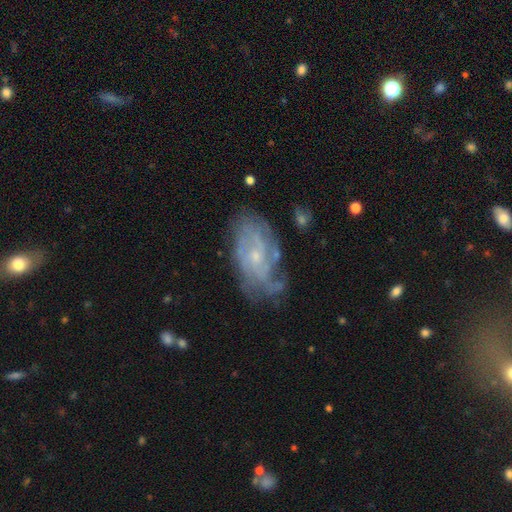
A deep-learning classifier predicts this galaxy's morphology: Overall: featured or disk (80%). Edge-on disk: no (95%). Bar: no (69%). Spiral arms: yes (90%). Spiral arm count: can't tell (43%; 3 17%). Spiral winding: tight (55%; medium 34%). Bulge size: small (75%). Merging: none (62%; minor disturbance 24%).